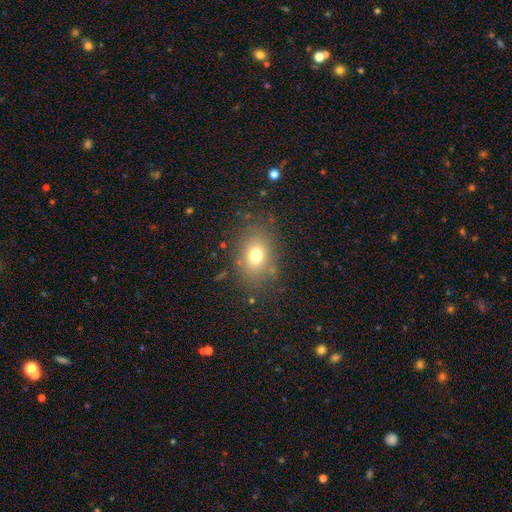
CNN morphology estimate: smooth-or-featured: smooth: 73% | star or artifact: 14% | featured or disk: 13%
  how-rounded: in between: 66% | round: 33% | cigar-shaped: 1%
  merging: none: 80% | minor disturbance: 12% | major disturbance: 5% | merger: 2%